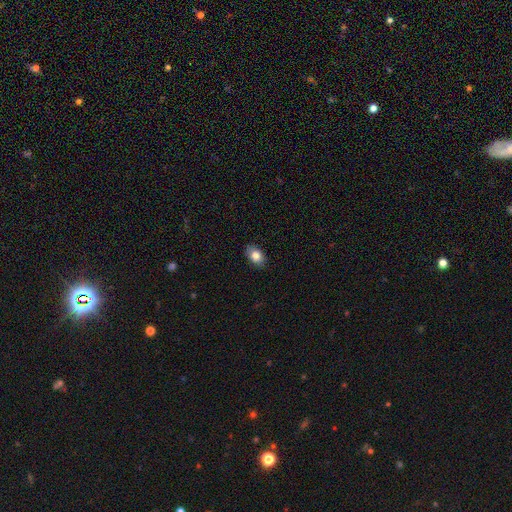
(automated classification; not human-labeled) smooth_or_featured: smooth (p=0.82) [alt: featured or disk p=0.10]
how_rounded: in between (p=0.83) [alt: round p=0.16]
merging: none (p=0.87) [alt: minor disturbance p=0.10]